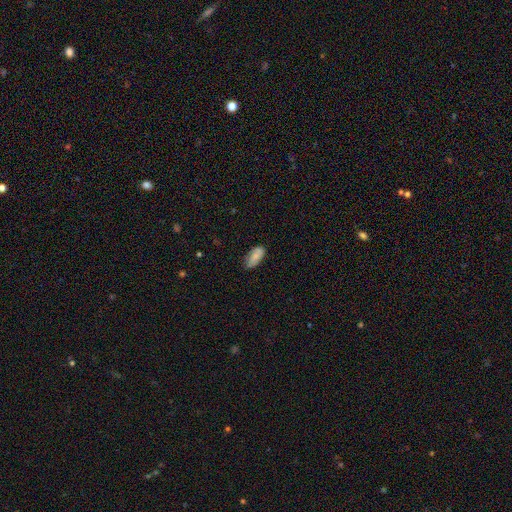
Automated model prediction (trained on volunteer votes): Smooth or featured?
  - smooth: 79% *
  - featured or disk: 14%
  - star or artifact: 7%
How rounded?
  - in between: 89% *
  - cigar-shaped: 9%
  - round: 2%
Merging?
  - none: 70% *
  - minor disturbance: 24%
  - major disturbance: 4%
  - merger: 2%